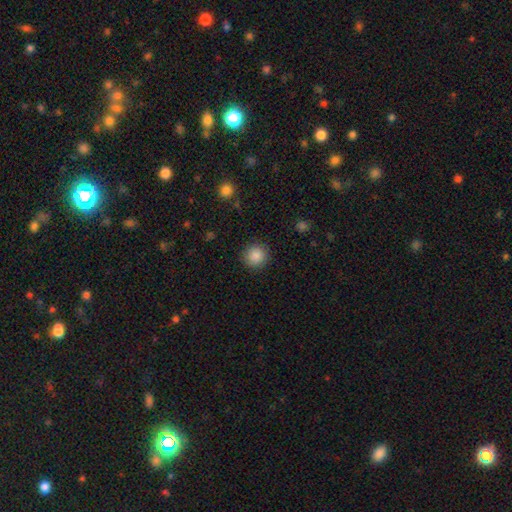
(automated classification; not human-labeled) Overall: smooth (87%). How rounded: round (93%). Merging: none (90%).